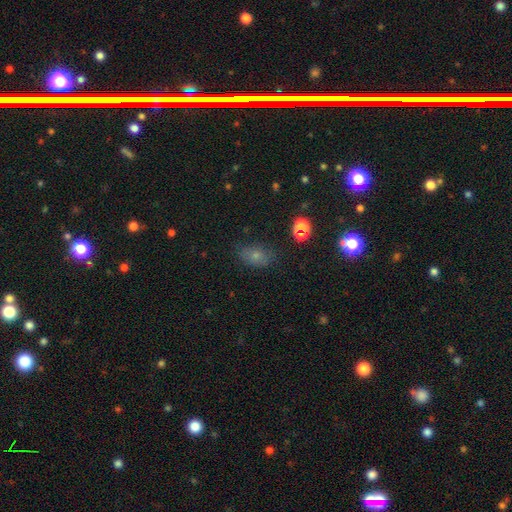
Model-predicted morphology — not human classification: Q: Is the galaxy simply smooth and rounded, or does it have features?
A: smooth — 67%.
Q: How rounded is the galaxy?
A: in between — 80%.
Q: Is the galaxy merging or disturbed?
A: none — 74%.